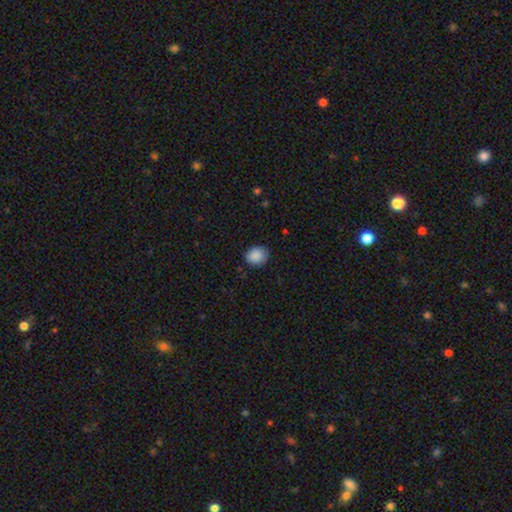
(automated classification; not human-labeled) smooth-or-featured: smooth: 89% | star or artifact: 8% | featured or disk: 3%
  how-rounded: round: 60% | in between: 39% | cigar-shaped: 1%
  merging: none: 84% | minor disturbance: 12% | major disturbance: 3% | merger: 1%